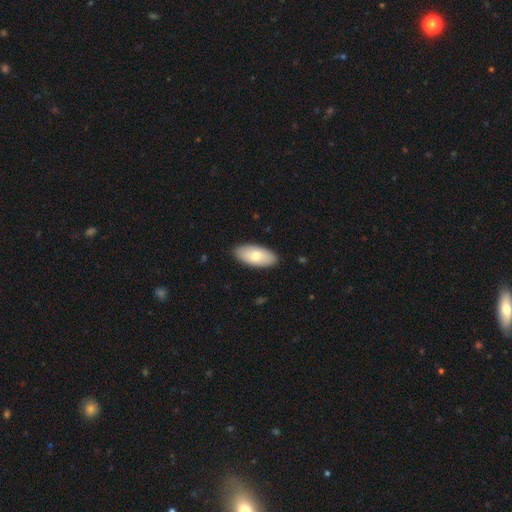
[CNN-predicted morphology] Smooth or featured: smooth — 73% (featured or disk — 22%)
How rounded: in between — 92% (cigar-shaped — 6%)
Merging: none — 89% (minor disturbance — 8%)